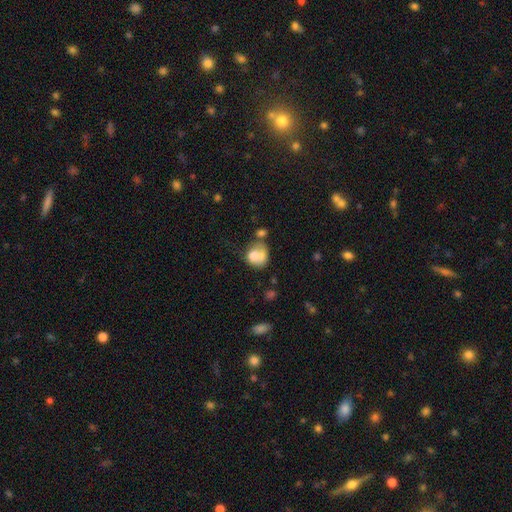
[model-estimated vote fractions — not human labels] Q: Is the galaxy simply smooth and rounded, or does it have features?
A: smooth — 68%.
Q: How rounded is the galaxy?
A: round — 58%.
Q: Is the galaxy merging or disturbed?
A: merger — 42%.